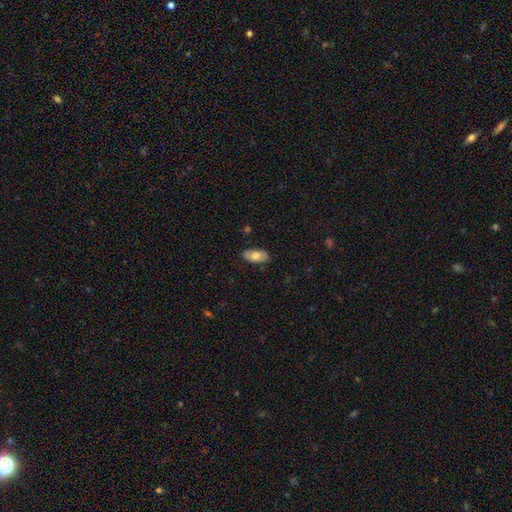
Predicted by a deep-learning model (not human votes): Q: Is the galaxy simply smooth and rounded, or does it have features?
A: smooth — 69%.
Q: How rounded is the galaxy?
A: in between — 94%.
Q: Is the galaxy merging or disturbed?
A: none — 84%.